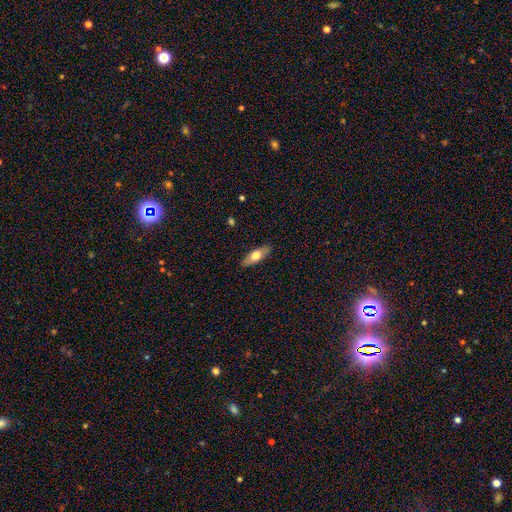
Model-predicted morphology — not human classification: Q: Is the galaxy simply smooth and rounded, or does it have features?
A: smooth — 64%.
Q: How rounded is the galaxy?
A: in between — 70%.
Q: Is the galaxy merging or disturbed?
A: none — 87%.